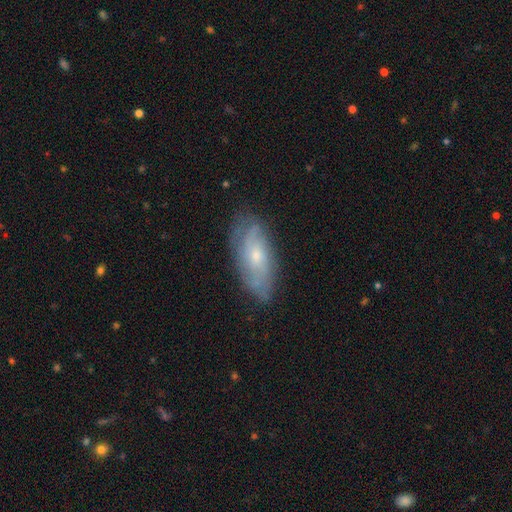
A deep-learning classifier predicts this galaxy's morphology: Smooth or featured?
  - featured or disk: 61% *
  - smooth: 32%
  - star or artifact: 7%
Edge-on disk?
  - no: 88% *
  - yes: 12%
Bar?
  - no: 76% *
  - weak: 21%
  - strong: 3%
Spiral arms?
  - yes: 81% *
  - no: 19%
Bulge size?
  - small: 65% *
  - moderate: 31%
  - none: 2%
  - large: 2%
  - dominant: 1%
Merging?
  - none: 74% *
  - minor disturbance: 19%
  - major disturbance: 5%
  - merger: 1%